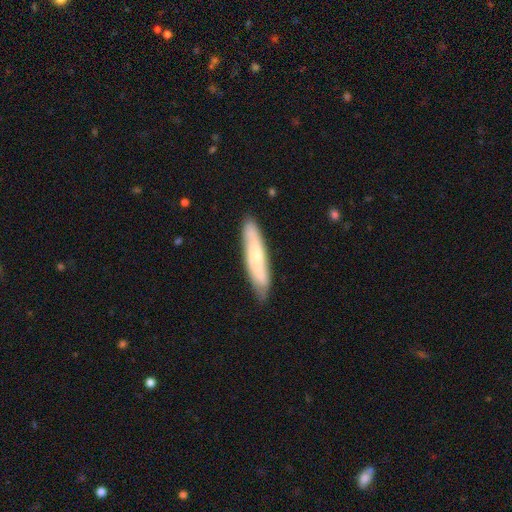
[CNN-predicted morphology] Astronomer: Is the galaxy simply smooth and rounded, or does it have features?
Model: smooth — 51% (runner-up: featured or disk, 43%).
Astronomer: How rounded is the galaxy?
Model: cigar-shaped — 83%.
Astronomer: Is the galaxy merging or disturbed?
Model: none — 82%.